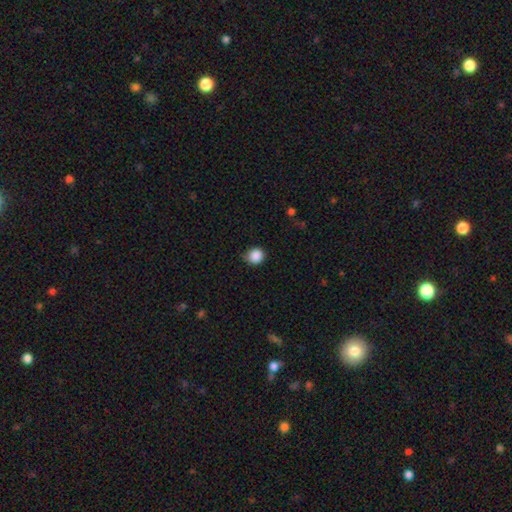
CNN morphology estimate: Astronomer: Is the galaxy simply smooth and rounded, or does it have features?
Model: smooth — 87%.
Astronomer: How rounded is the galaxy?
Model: round — 87%.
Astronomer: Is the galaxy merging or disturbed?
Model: none — 71%.